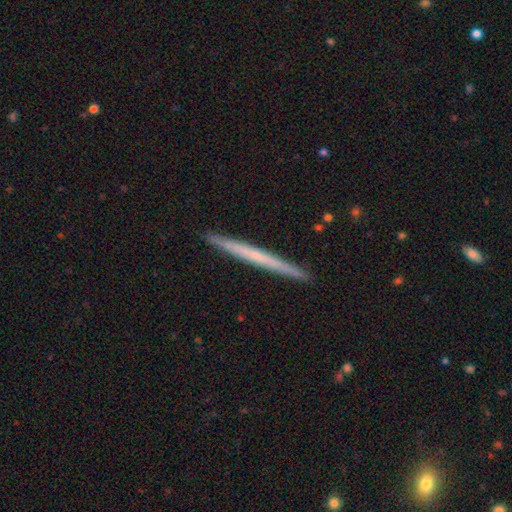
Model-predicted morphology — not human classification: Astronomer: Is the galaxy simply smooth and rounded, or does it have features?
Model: featured or disk — 49% (runner-up: smooth, 45%).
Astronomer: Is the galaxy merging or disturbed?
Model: none — 93%.